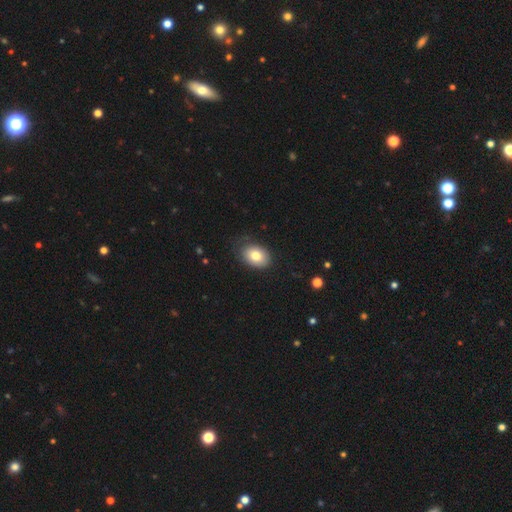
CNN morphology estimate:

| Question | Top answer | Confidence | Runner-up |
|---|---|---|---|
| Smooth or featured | smooth | 79% | featured or disk (13%) |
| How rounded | in between | 78% | round (22%) |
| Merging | none | 76% | minor disturbance (19%) |